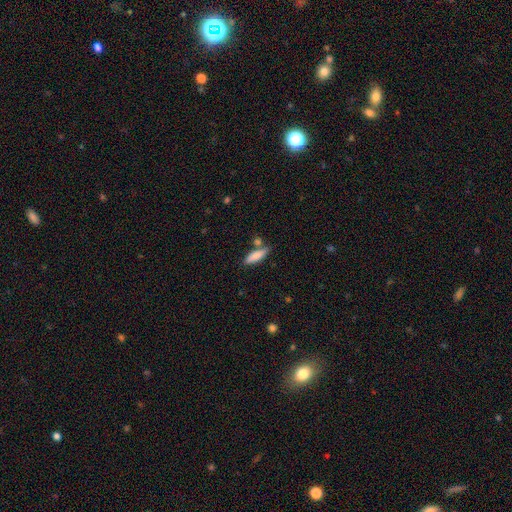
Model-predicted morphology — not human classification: Smooth or featured? Predicted: smooth (p=0.83). How rounded? Predicted: cigar-shaped (p=0.56). Merging? Predicted: none (p=0.70).